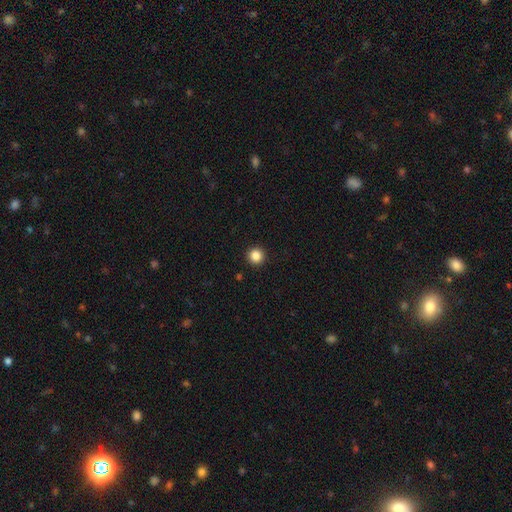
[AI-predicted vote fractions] smooth_or_featured: smooth (p=0.86) [alt: star or artifact p=0.11]
how_rounded: round (p=0.96) [alt: in between p=0.03]
merging: none (p=0.93) [alt: minor disturbance p=0.04]